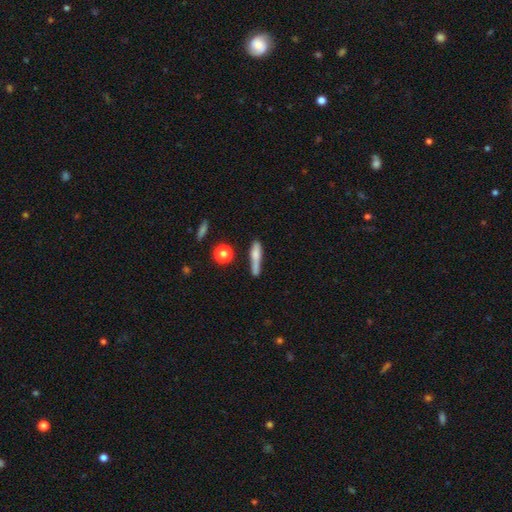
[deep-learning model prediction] Morphology: type=smooth (67%); roundness=cigar-shaped (82%); merging=none (52%).